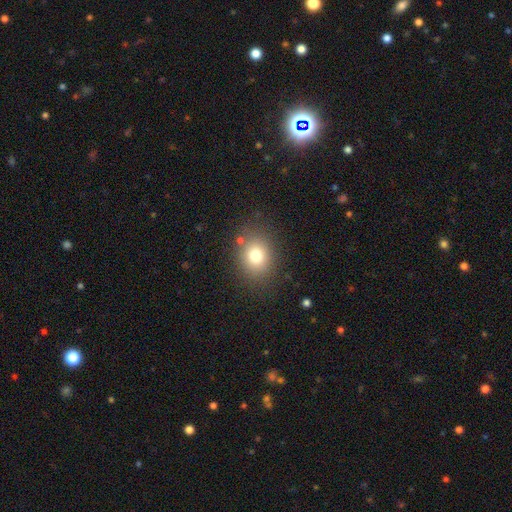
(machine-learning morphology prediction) Smooth or featured?
  - smooth: 76% *
  - star or artifact: 14%
  - featured or disk: 10%
How rounded?
  - round: 61% *
  - in between: 38%
  - cigar-shaped: 1%
Merging?
  - none: 82% *
  - minor disturbance: 10%
  - major disturbance: 4%
  - merger: 3%